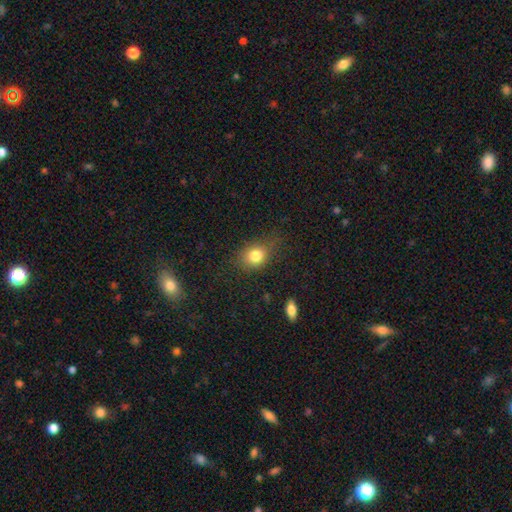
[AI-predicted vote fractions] Q: Smooth or featured?
A: smooth (81%); runner-up: star or artifact (11%)
Q: How rounded?
A: round (52%); runner-up: in between (47%)
Q: Merging?
A: none (67%); runner-up: minor disturbance (22%)